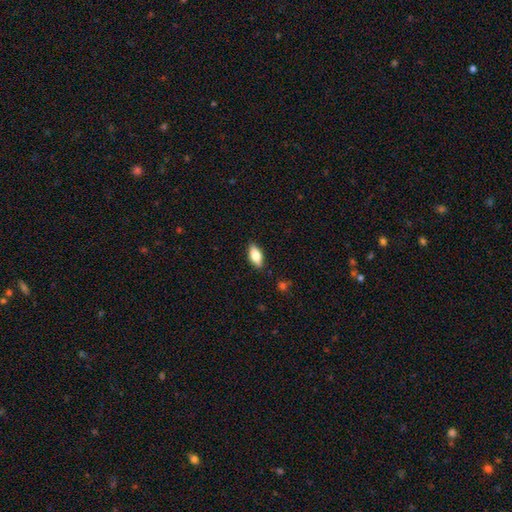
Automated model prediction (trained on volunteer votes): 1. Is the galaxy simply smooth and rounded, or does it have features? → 74% smooth, 19% featured or disk, 7% star or artifact.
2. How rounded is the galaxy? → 88% in between, 9% cigar-shaped, 3% round.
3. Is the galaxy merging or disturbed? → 88% none, 9% minor disturbance, 2% major disturbance, 1% merger.